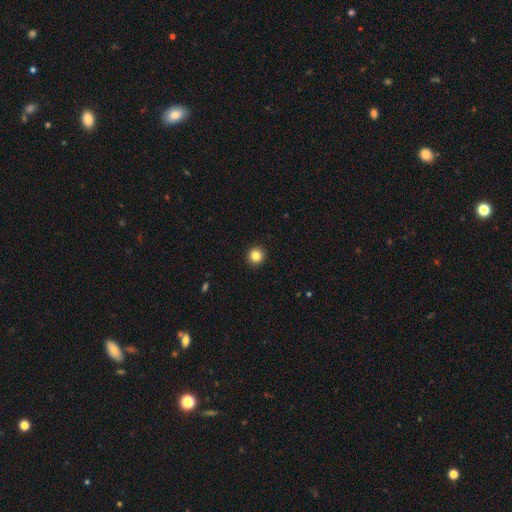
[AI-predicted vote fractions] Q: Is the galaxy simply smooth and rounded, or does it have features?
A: smooth — 84%.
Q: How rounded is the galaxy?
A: round — 94%.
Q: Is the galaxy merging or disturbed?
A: none — 93%.